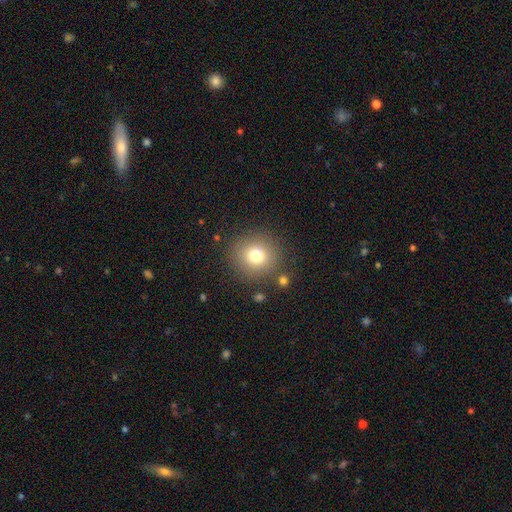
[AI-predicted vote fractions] Smooth or featured? Predicted: smooth (p=0.77). How rounded? Predicted: round (p=0.89). Merging? Predicted: none (p=0.85).